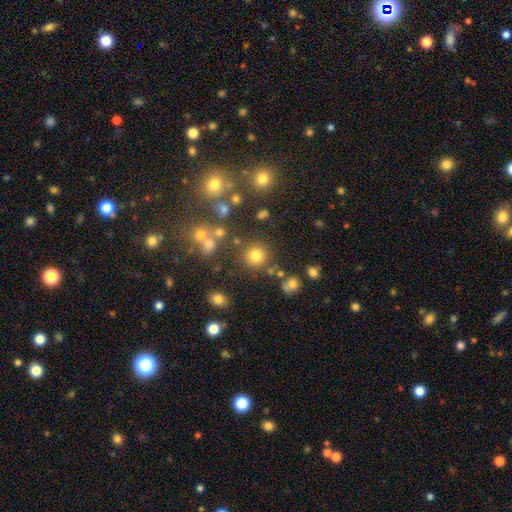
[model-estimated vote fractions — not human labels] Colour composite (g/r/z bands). It shows a smooth galaxy with no disk features (76%) that is round (93%). Merging: none (81%).